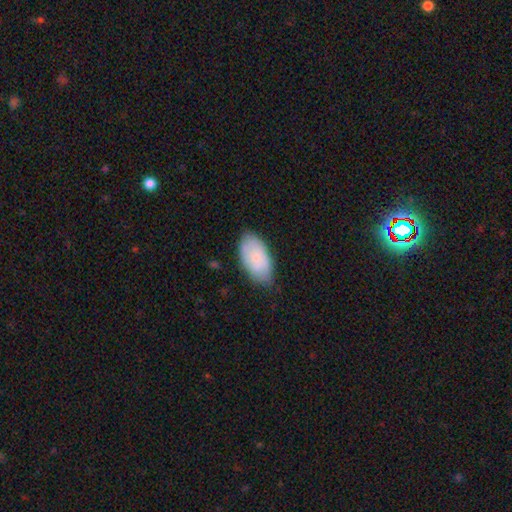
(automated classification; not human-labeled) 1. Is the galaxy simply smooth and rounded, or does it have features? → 73% smooth, 21% featured or disk, 6% star or artifact.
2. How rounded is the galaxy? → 95% in between, 3% round, 2% cigar-shaped.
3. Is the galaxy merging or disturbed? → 73% none, 21% minor disturbance, 4% major disturbance, 2% merger.